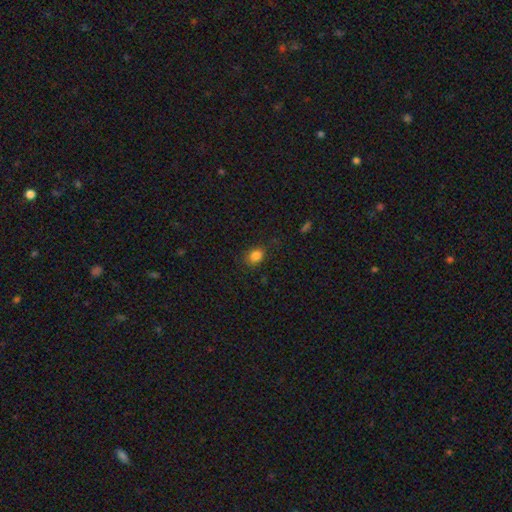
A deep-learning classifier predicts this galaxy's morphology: Smooth or featured: smooth — 83% (star or artifact — 12%)
How rounded: in between — 50% (round — 49%)
Merging: none — 79% (minor disturbance — 15%)